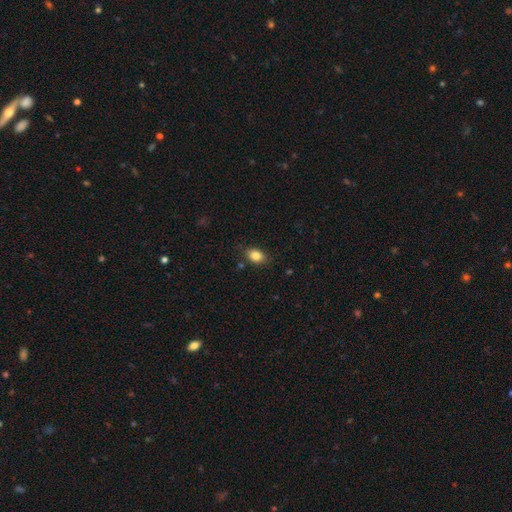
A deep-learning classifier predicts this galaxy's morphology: A smooth galaxy with no disk features (84%) that is in between round and cigar-shaped (78%). Merging: none (82%).